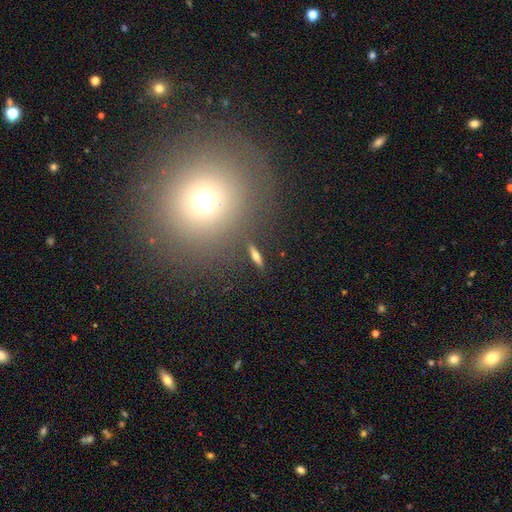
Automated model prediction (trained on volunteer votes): A smooth galaxy with no disk features (51%) that is cigar-shaped (61%). Merging: none (87%).